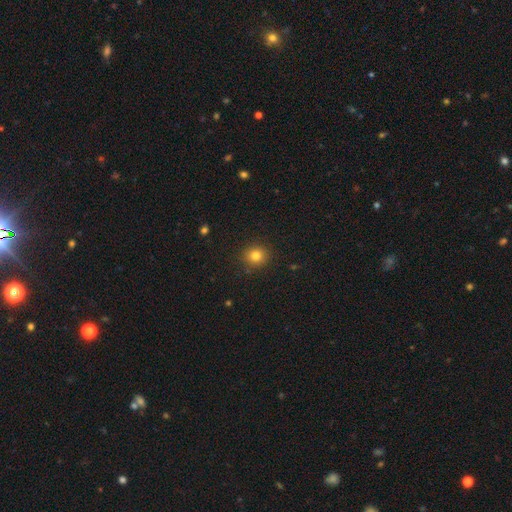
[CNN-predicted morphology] Smooth or featured? smooth (81%)
How rounded? round (86%)
Merging? none (90%)